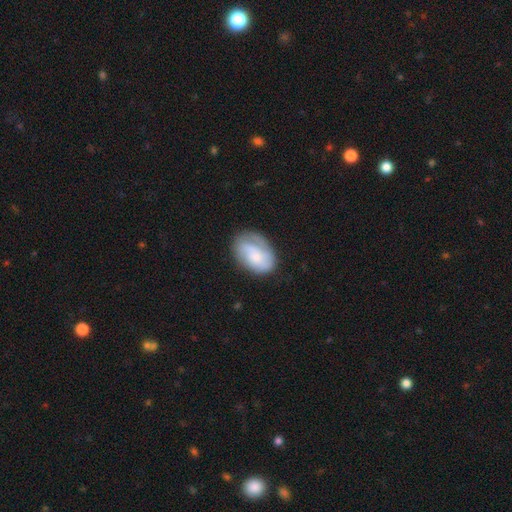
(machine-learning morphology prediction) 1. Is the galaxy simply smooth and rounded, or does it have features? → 51% featured or disk, 42% smooth, 7% star or artifact.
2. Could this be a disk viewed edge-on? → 97% no, 3% yes.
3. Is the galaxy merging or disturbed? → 61% none, 25% minor disturbance, 12% major disturbance, 2% merger.